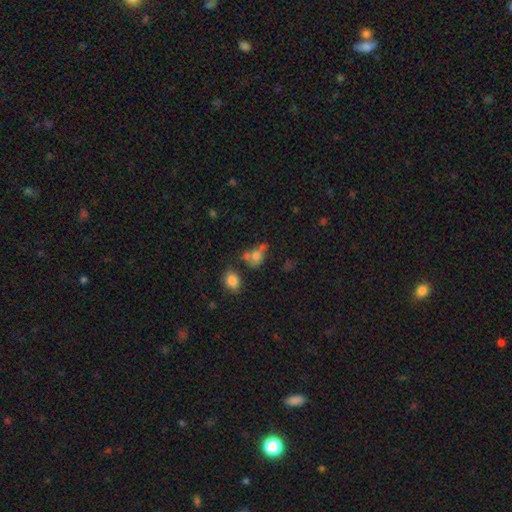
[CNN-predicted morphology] A smooth galaxy with no disk features (68%) that is in between round and cigar-shaped (62%). Merging: none (37%).